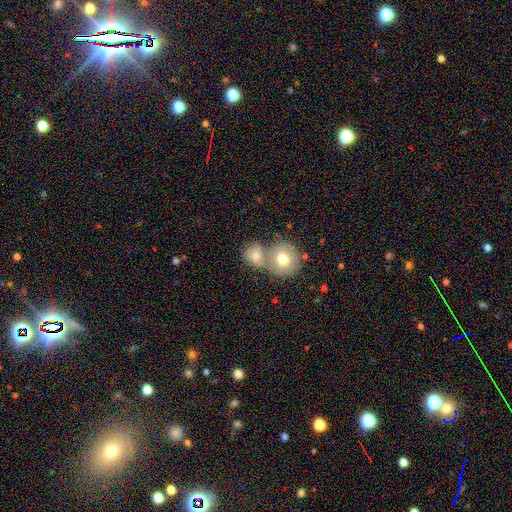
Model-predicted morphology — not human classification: A smooth galaxy with no disk features (64%) that is round (76%). Merging: merger (58%).